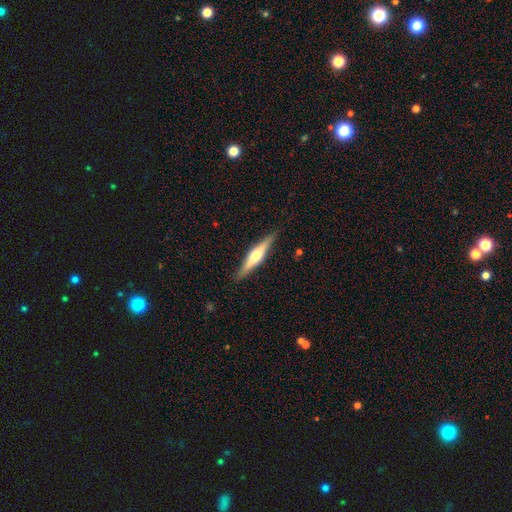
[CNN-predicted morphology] smooth_or_featured: featured or disk (p=0.65) [alt: smooth p=0.30]
disk_edge_on: yes (p=0.97) [alt: no p=0.03]
edge_on_bulge: rounded (p=0.90) [alt: boxy p=0.06]
merging: none (p=0.89) [alt: minor disturbance p=0.08]